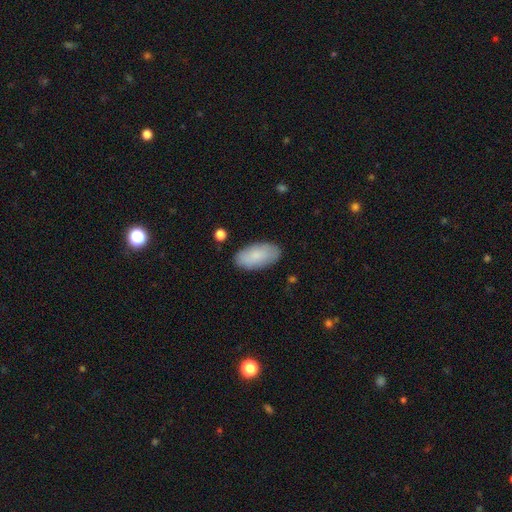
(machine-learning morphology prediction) The model was most divided on "smooth or featured": smooth: 82%, featured or disk: 12%, star or artifact: 6%. More confident: how rounded — in between (95%); merging — none (85%).